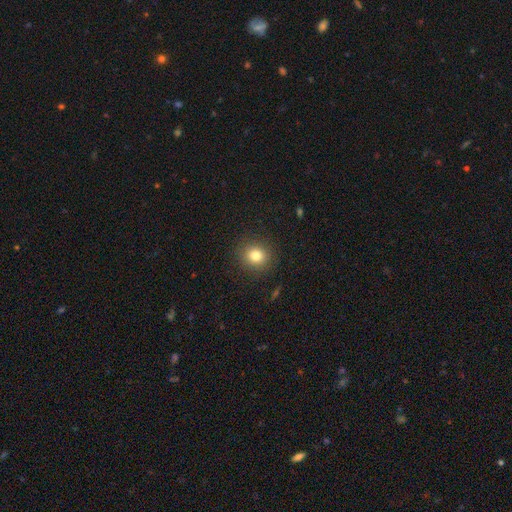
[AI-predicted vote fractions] A smooth galaxy with no disk features (81%) that is round (83%).

Vote fractions:
- Smooth or featured? smooth: 81% / star or artifact: 12% / featured or disk: 7%
- How rounded? round: 83% / in between: 16% / cigar-shaped: 1%
- Merging? none: 90% / minor disturbance: 7% / major disturbance: 3% / merger: 1%